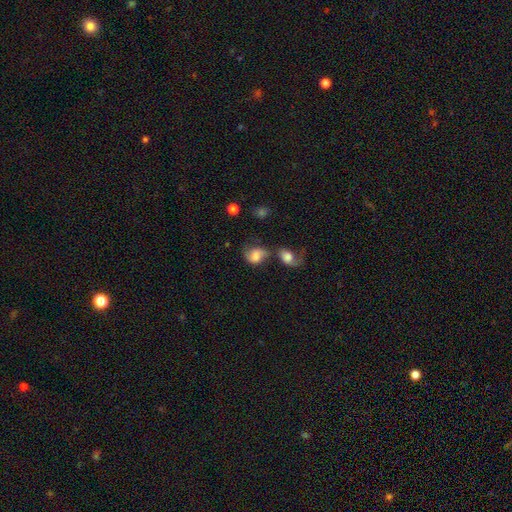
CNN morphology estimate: A smooth galaxy with no disk features (58%) that is in between round and cigar-shaped (53%). Merging: merger (39%).